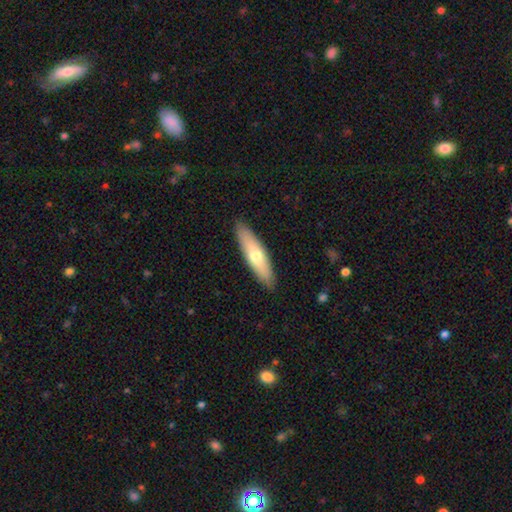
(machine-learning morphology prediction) Smooth or featured? smooth (60%)
How rounded? cigar-shaped (66%)
Merging? none (89%)